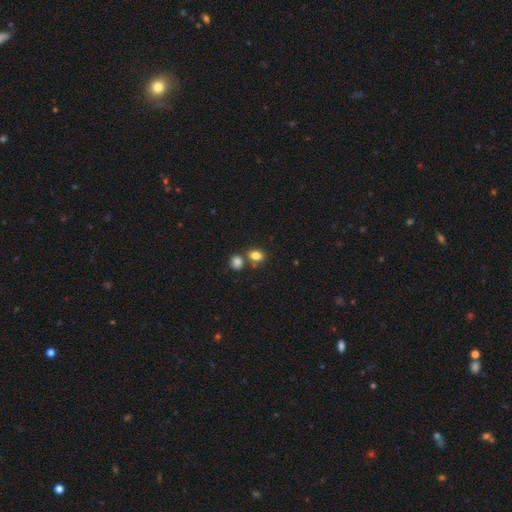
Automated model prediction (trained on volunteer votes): A smooth galaxy with no disk features (82%) that is in between round and cigar-shaped (74%). Merging: none (59%).